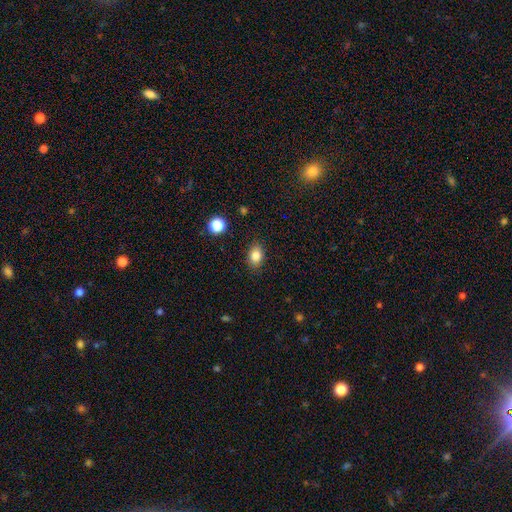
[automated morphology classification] A smooth galaxy with no disk features (83%) that is in between round and cigar-shaped (75%).

Vote fractions:
- Smooth or featured? smooth: 83% / star or artifact: 10% / featured or disk: 7%
- How rounded? in between: 75% / round: 24% / cigar-shaped: 1%
- Merging? none: 87% / minor disturbance: 10% / major disturbance: 2% / merger: 1%